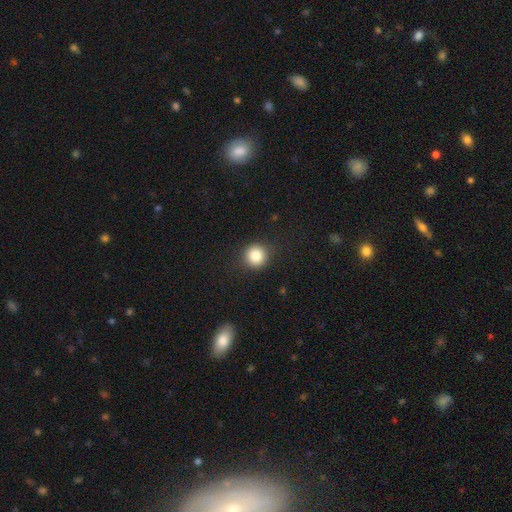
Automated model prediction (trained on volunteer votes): The model was most divided on "smooth or featured": smooth: 85%, star or artifact: 10%, featured or disk: 5%. More confident: how rounded — round (93%); merging — none (90%).